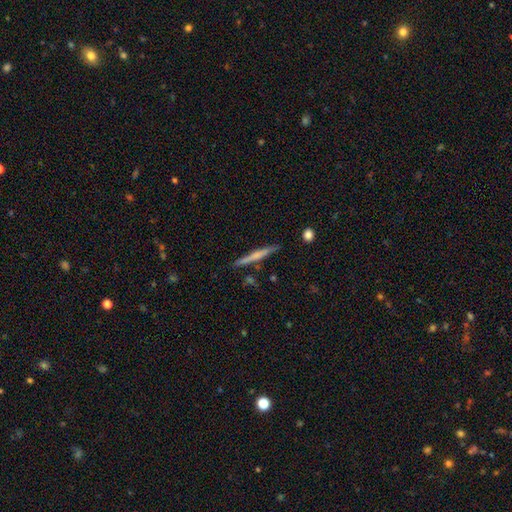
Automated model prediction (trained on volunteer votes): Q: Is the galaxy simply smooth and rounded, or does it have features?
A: featured or disk — 48%.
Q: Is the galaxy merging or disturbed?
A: none — 87%.